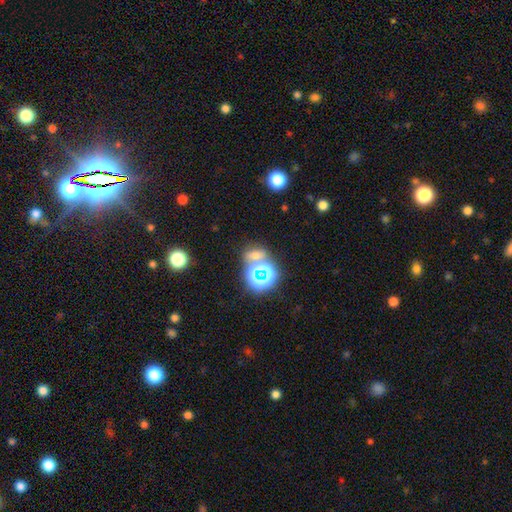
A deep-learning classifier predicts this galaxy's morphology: Smooth or featured: star or artifact — 45% (smooth — 44%)